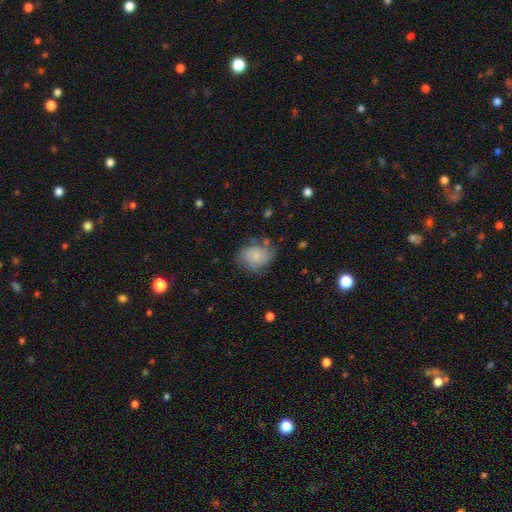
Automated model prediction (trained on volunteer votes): Q: Smooth or featured?
A: smooth (54%); runner-up: featured or disk (38%)
Q: How rounded?
A: in between (57%); runner-up: round (41%)
Q: Merging?
A: none (55%); runner-up: minor disturbance (29%)